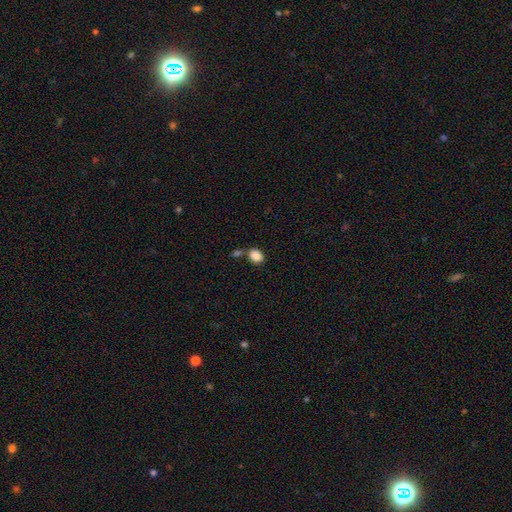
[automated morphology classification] type=smooth (87%); roundness=in between (60%); merging=none (57%).